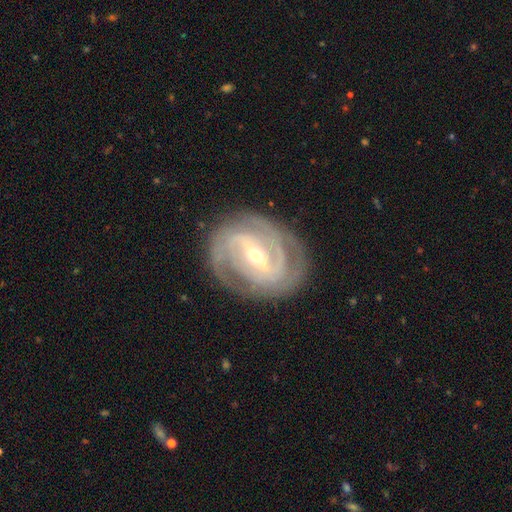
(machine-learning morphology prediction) featured or disk 90%, smooth 6%, star or artifact 5%. Down the decision tree: edge-on disk — no (96%); bar — strong (54%); spiral arms — yes (96%); spiral arm count — 2 (41%); spiral winding — tight (63%); bulge size — small (57%); merging — none (82%).